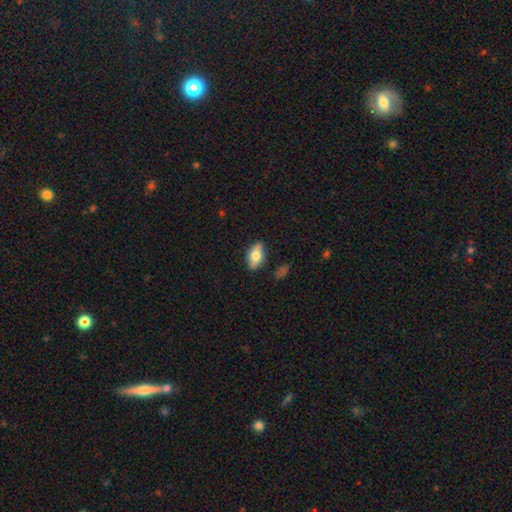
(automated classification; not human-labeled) Overall: smooth (66%; featured or disk 27%). How rounded: in between (86%). Merging: none (83%).